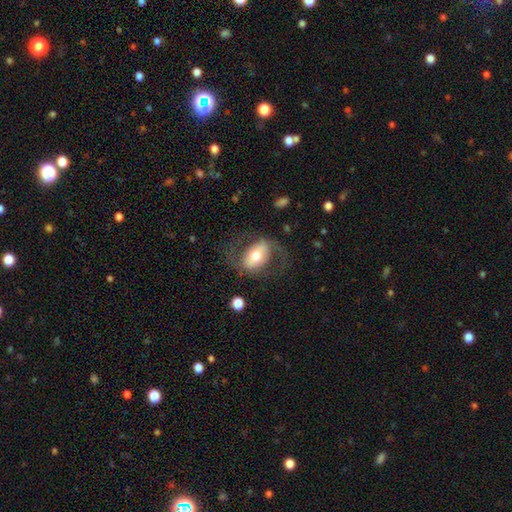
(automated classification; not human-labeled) Smooth or featured? Predicted: featured or disk (p=0.60). Edge-on disk? Predicted: no (p=0.94). Bar? Predicted: strong (p=0.35). Spiral arms? Predicted: yes (p=0.69). Bulge size? Predicted: moderate (p=0.66). Merging? Predicted: none (p=0.63).